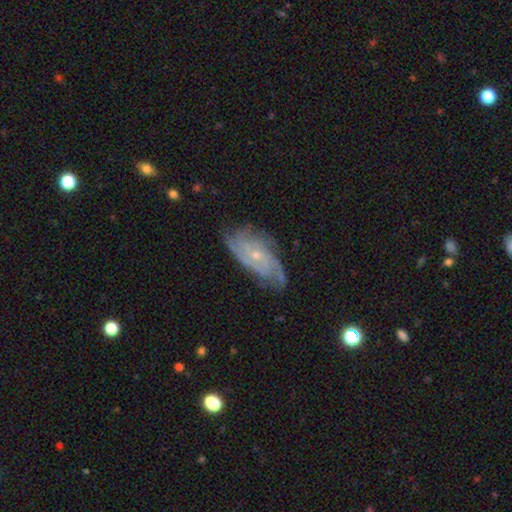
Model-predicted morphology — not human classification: featured or disk 86%, smooth 8%, star or artifact 6%. Down the decision tree: edge-on disk — no (95%); bar — no (66%); spiral arms — yes (97%); spiral arm count — 3 (29%); spiral winding — tight (58%); bulge size — small (72%); merging — none (74%).